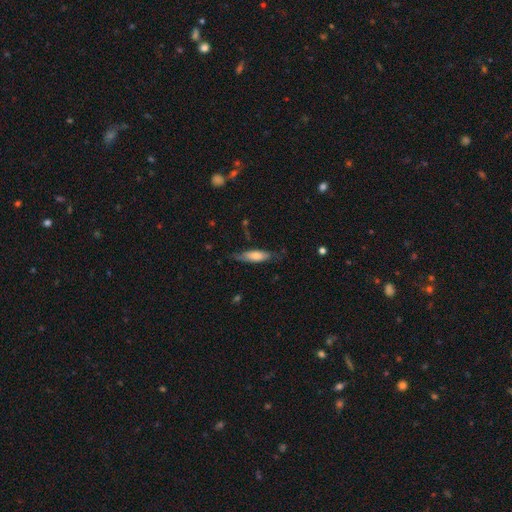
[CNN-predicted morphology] Smooth or featured: smooth — 58% (featured or disk — 36%)
How rounded: in between — 49% (tied with cigar-shaped — 49%)
Merging: none — 62% (minor disturbance — 26%)